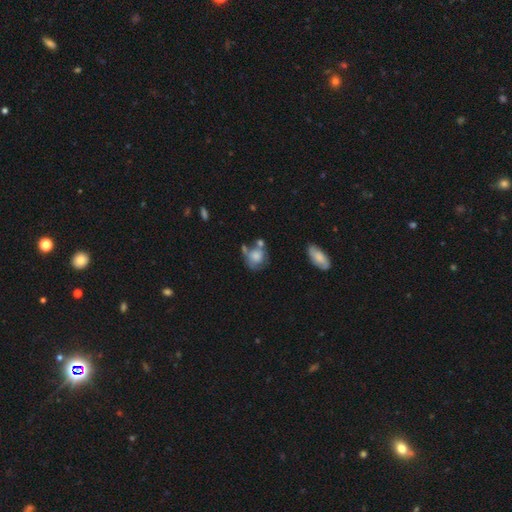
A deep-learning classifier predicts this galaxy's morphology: smooth-or-featured: smooth: 61% | featured or disk: 30% | star or artifact: 9%
  how-rounded: round: 68% | in between: 31% | cigar-shaped: 1%
  merging: none: 41% | minor disturbance: 24% | merger: 20% | major disturbance: 15%